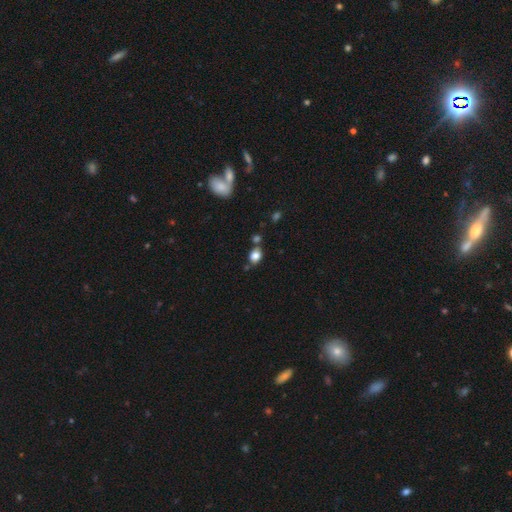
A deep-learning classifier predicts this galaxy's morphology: Q: Smooth or featured?
A: smooth (82%); runner-up: star or artifact (11%)
Q: How rounded?
A: in between (60%); runner-up: round (39%)
Q: Merging?
A: none (66%); runner-up: minor disturbance (15%)